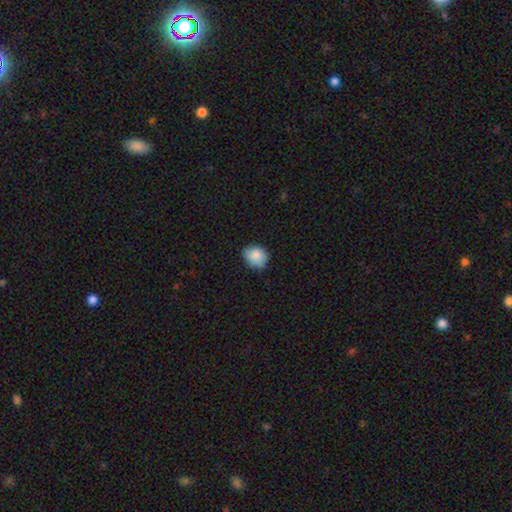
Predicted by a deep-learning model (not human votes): This appears to be a smooth galaxy with no disk features (87%) that is round (63%). Merging: none (77%).